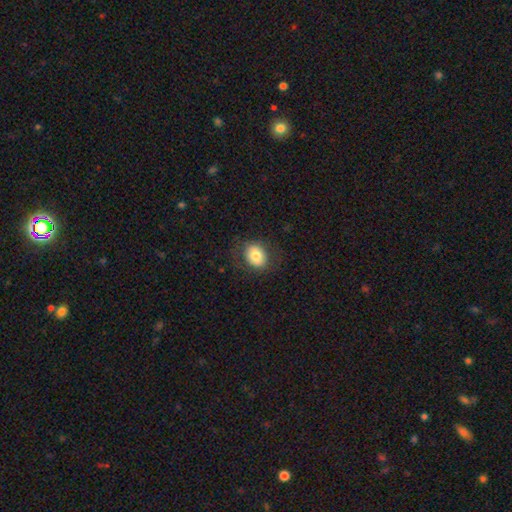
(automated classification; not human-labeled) Overall: smooth (78%). How rounded: in between (55%; round 44%). Merging: none (80%).